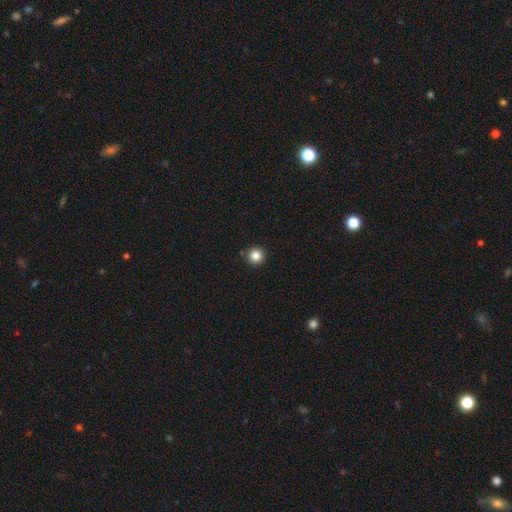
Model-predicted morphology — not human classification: smooth_or_featured: smooth (p=0.84) [alt: star or artifact p=0.11]
how_rounded: round (p=0.96) [alt: in between p=0.03]
merging: none (p=0.92) [alt: minor disturbance p=0.05]